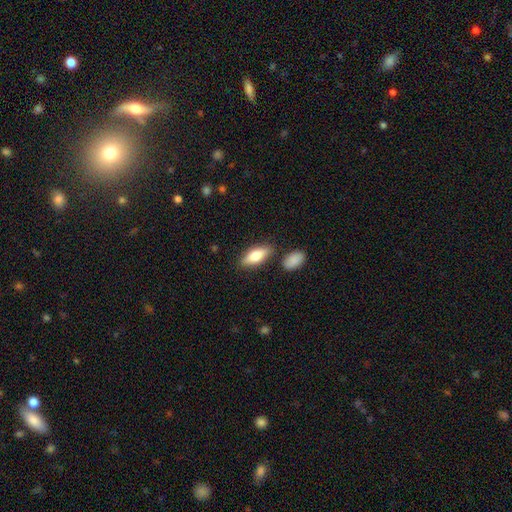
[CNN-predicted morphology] smooth-or-featured: smooth: 69% | featured or disk: 24% | star or artifact: 6%
  how-rounded: in between: 70% | cigar-shaped: 27% | round: 3%
  merging: none: 80% | minor disturbance: 11% | merger: 5% | major disturbance: 3%